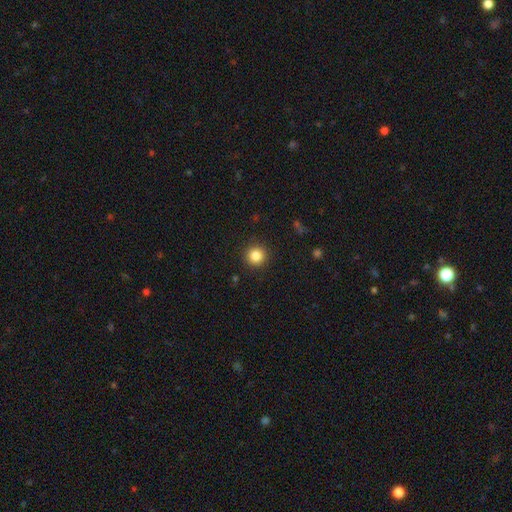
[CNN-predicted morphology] smooth_or_featured: smooth (p=0.84) [alt: star or artifact p=0.11]
how_rounded: round (p=0.95) [alt: in between p=0.04]
merging: none (p=0.92) [alt: minor disturbance p=0.05]